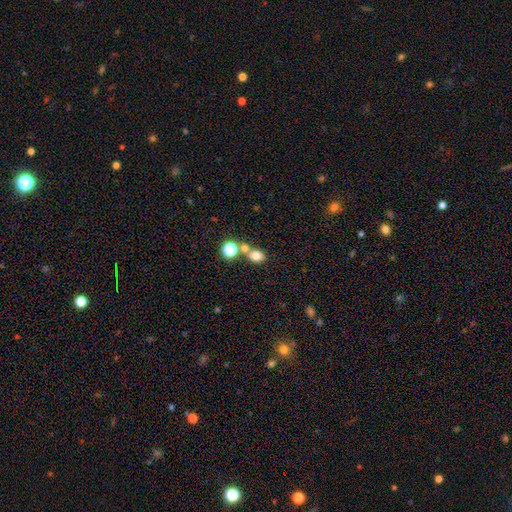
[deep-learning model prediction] This is likely a smooth galaxy (77%). How rounded: possibly round (50%). Merging: possibly none (54%).